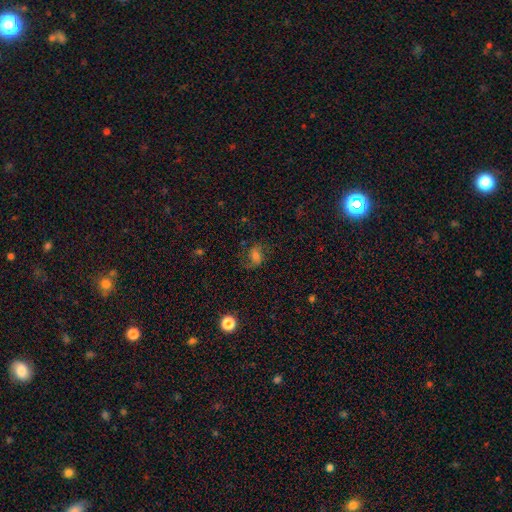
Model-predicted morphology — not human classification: This appears to be a featured or disk galaxy (43%). Merging: none (64%).